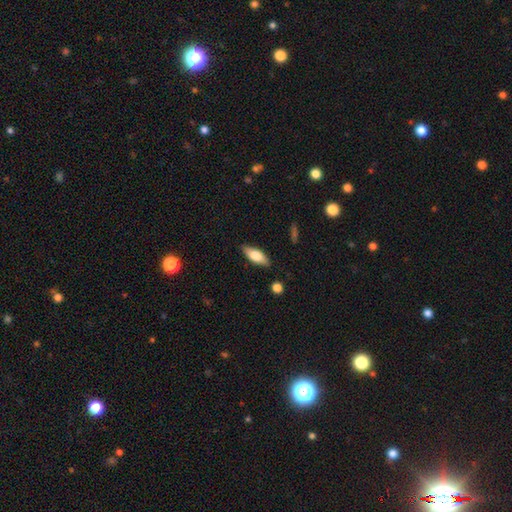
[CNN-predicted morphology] smooth 70%, featured or disk 24%, star or artifact 6%. Down the decision tree: how rounded — in between (73%); merging — none (85%).